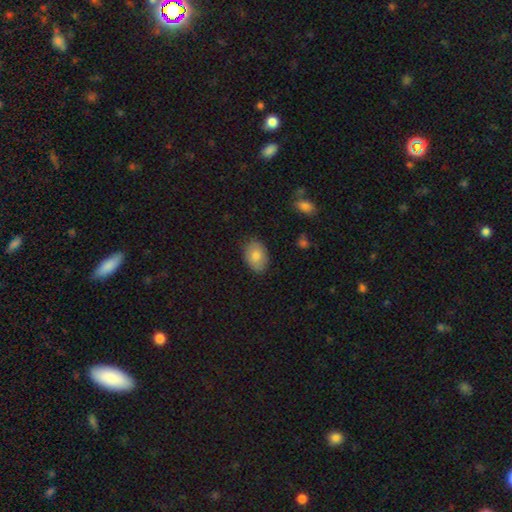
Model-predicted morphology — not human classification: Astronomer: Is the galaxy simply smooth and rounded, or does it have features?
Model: smooth — 81%.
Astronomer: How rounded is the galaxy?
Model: in between — 82%.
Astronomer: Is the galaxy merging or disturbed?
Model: none — 84%.